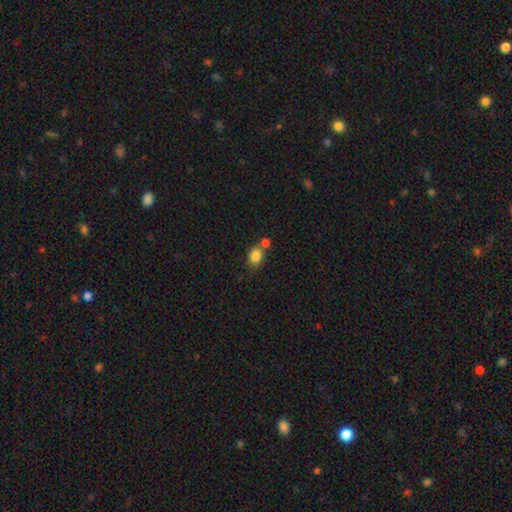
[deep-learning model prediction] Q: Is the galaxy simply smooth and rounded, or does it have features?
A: smooth — 83%.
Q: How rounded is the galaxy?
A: in between — 51%.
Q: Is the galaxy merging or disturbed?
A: none — 47%.